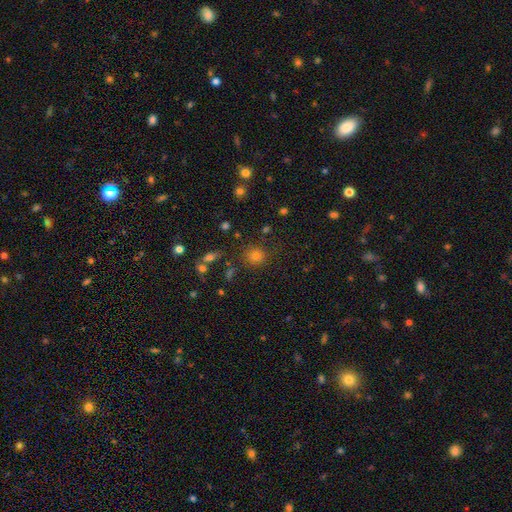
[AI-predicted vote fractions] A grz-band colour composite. It shows a smooth galaxy with no disk features (69%) that is round (88%). Merging: none (84%).